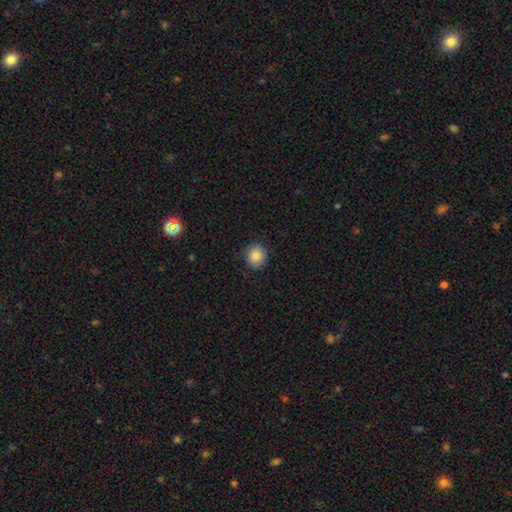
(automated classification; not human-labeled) Q: Smooth or featured?
A: smooth (85%); runner-up: star or artifact (9%)
Q: How rounded?
A: round (85%); runner-up: in between (14%)
Q: Merging?
A: none (89%); runner-up: minor disturbance (8%)